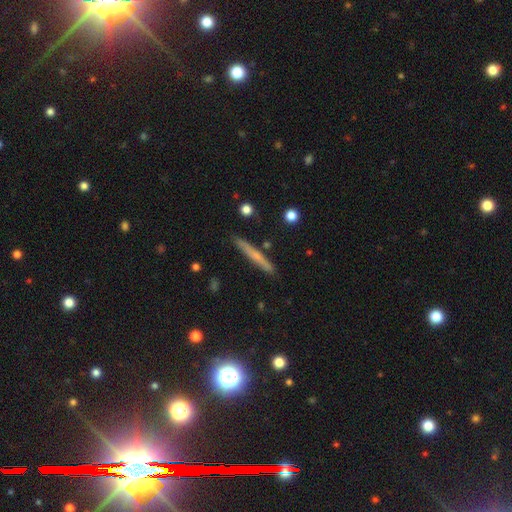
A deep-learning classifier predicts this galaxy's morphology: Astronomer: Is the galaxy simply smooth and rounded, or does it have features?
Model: smooth — 49% (runner-up: featured or disk, 44%).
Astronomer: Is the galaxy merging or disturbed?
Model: none — 88%.